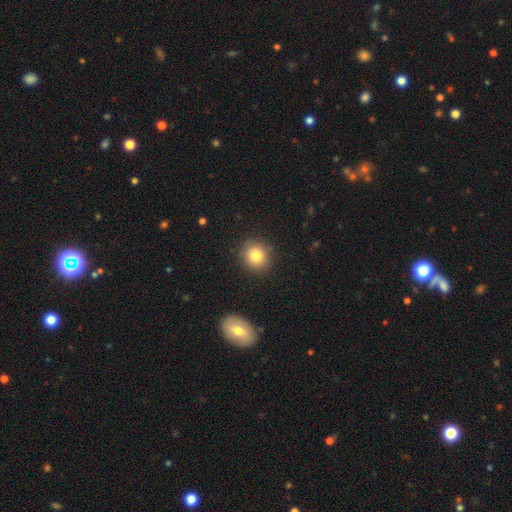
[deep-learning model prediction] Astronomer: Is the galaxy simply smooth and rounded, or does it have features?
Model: smooth — 83%.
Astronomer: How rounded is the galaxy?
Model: round — 83%.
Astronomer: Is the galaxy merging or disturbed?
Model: none — 87%.